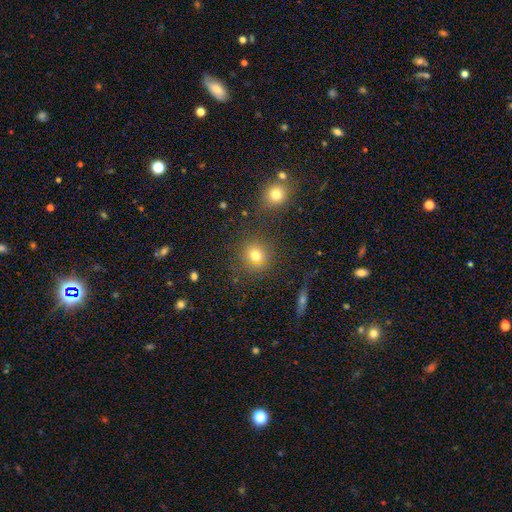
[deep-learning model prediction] A smooth galaxy with no disk features (75%) that is round (85%).

Vote fractions:
- Smooth or featured? smooth: 75% / star or artifact: 17% / featured or disk: 8%
- How rounded? round: 85% / in between: 14% / cigar-shaped: 1%
- Merging? none: 81% / minor disturbance: 9% / merger: 5% / major disturbance: 4%